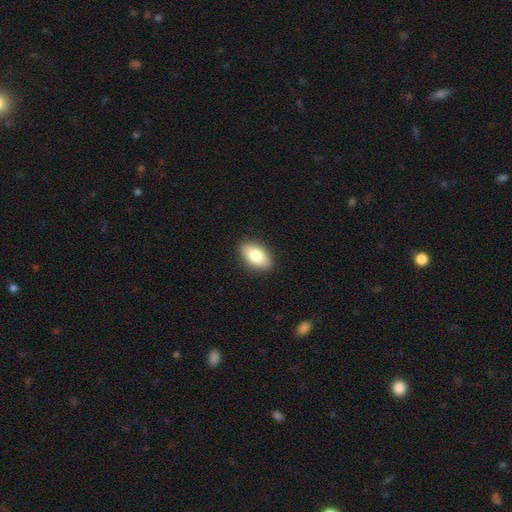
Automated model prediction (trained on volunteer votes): A smooth galaxy with no disk features (80%) that is in between round and cigar-shaped (92%).

Vote fractions:
- Smooth or featured? smooth: 80% / featured or disk: 13% / star or artifact: 7%
- How rounded? in between: 92% / round: 6% / cigar-shaped: 2%
- Merging? none: 89% / minor disturbance: 8% / major disturbance: 2% / merger: 1%